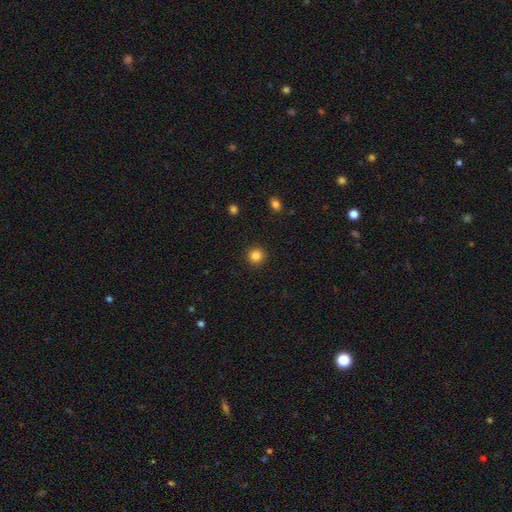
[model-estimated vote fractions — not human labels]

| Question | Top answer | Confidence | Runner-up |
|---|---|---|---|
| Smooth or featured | smooth | 85% | star or artifact (11%) |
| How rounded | round | 94% | in between (5%) |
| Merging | none | 92% | minor disturbance (5%) |